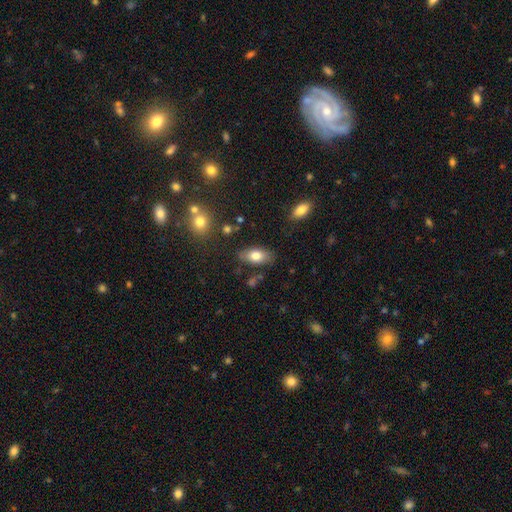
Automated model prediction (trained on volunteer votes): smooth-or-featured: smooth: 77% | featured or disk: 16% | star or artifact: 7%
  how-rounded: in between: 90% | round: 5% | cigar-shaped: 5%
  merging: none: 80% | minor disturbance: 13% | major disturbance: 3% | merger: 3%